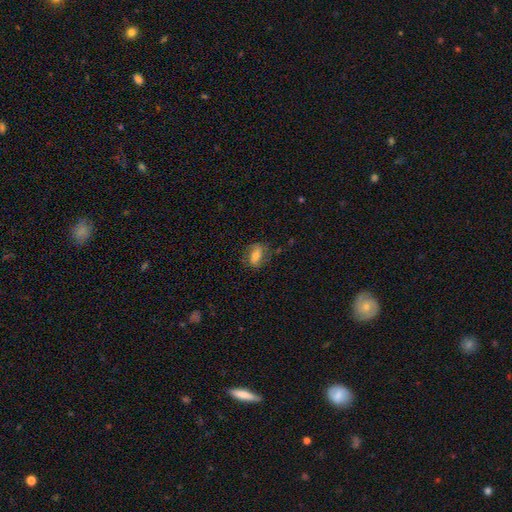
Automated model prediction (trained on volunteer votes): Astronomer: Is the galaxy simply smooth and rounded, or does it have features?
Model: smooth — 59%.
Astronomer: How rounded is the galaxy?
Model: in between — 77%.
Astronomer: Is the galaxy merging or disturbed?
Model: none — 67%.